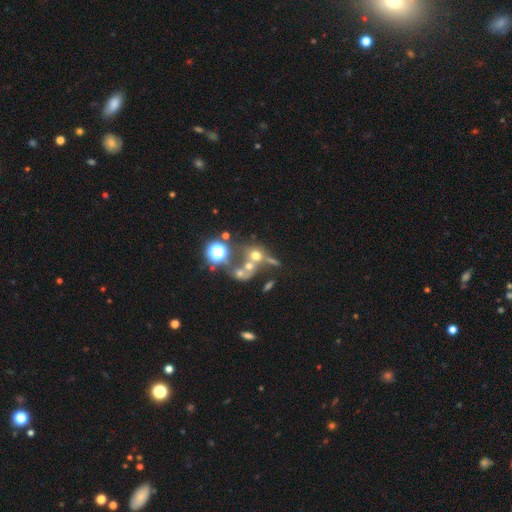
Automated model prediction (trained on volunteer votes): Smooth or featured: smooth — 48% (featured or disk — 27%)
Merging: merger — 51% (none — 30%)